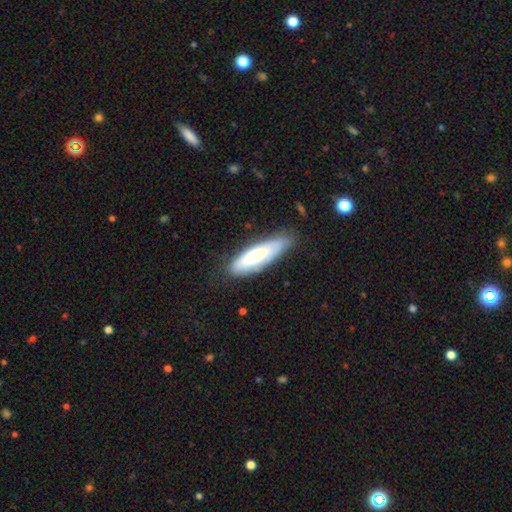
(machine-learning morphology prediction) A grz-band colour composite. It shows a smooth galaxy with no disk features (65%) that is cigar-shaped (54%). Merging: none (71%).